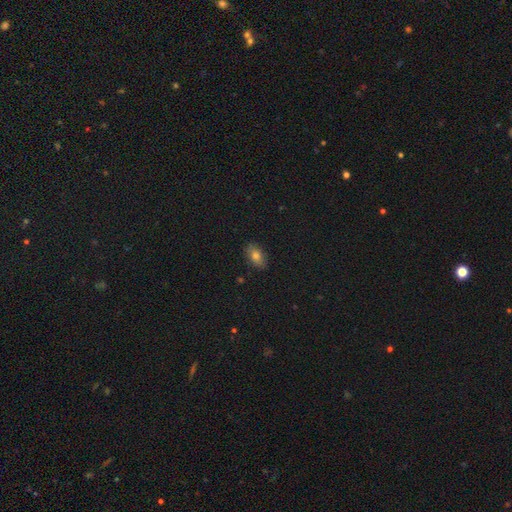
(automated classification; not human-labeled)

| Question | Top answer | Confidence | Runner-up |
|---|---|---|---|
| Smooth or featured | smooth | 78% | featured or disk (12%) |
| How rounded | in between | 88% | round (8%) |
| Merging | none | 85% | minor disturbance (12%) |